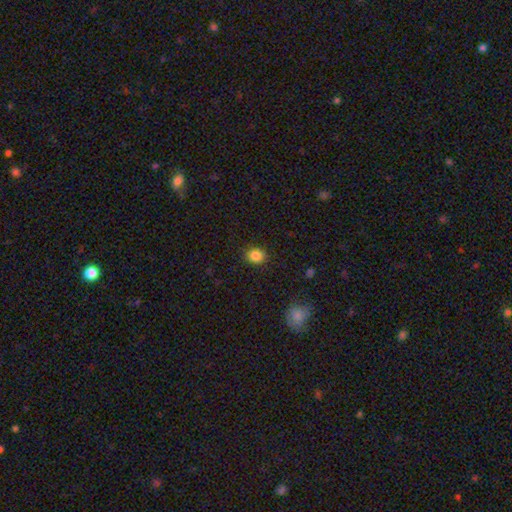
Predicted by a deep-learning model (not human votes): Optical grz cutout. It shows a smooth galaxy with no disk features (85%) that is round (73%). Merging: none (89%).